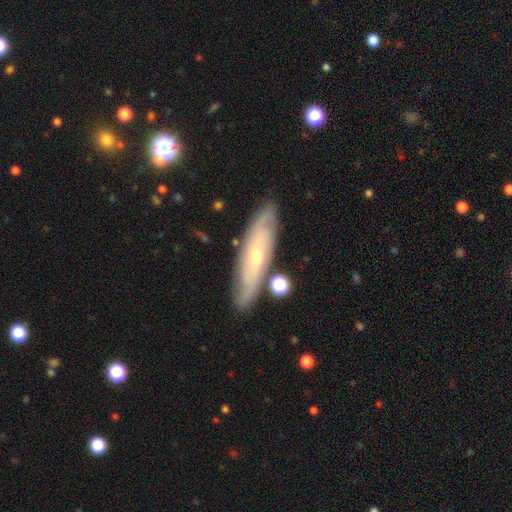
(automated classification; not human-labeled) This appears to be a featured or disk galaxy (65%). Merging: none (81%).